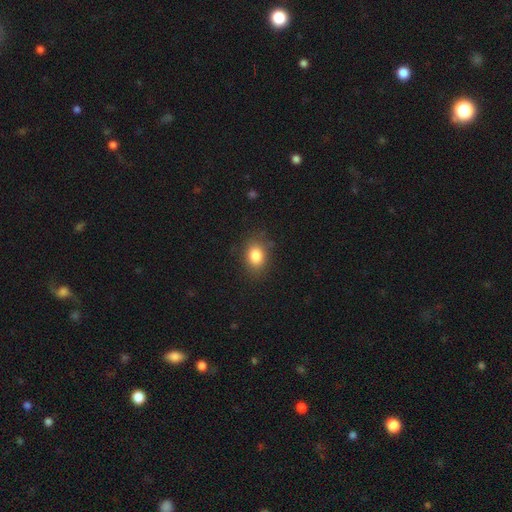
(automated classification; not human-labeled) This is clearly a smooth galaxy (83%). How rounded: likely in between (62%). Merging: clearly none (82%).